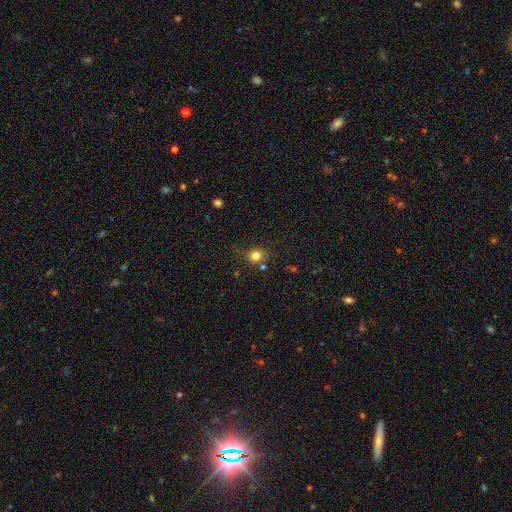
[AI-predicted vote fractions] This is likely a smooth galaxy (79%). How rounded: clearly round (81%). Merging: likely none (74%).